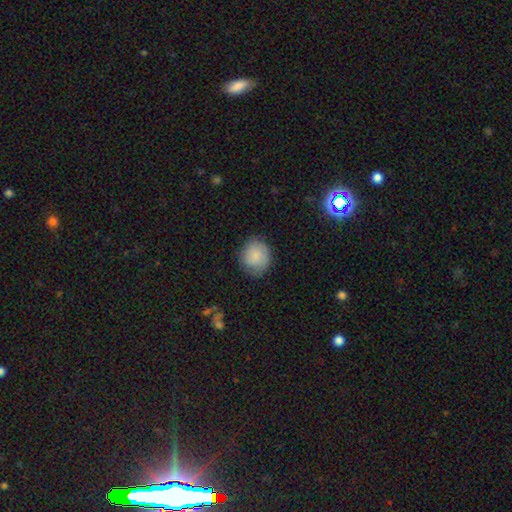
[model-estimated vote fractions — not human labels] This is clearly a smooth galaxy (82%). How rounded: likely round (77%). Merging: likely none (76%).